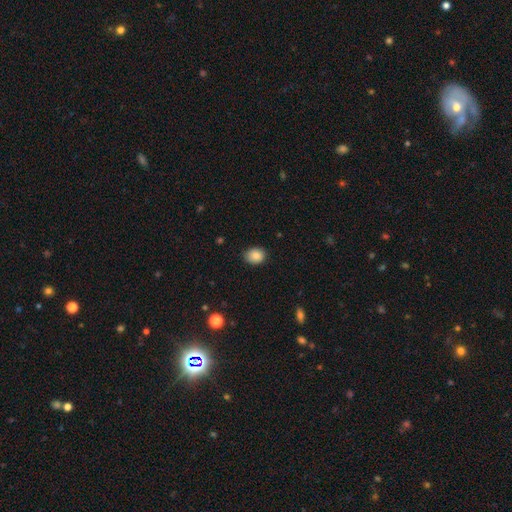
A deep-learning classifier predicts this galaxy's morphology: This appears to be a smooth galaxy with no disk features (85%) that is round (56%). Merging: none (84%).